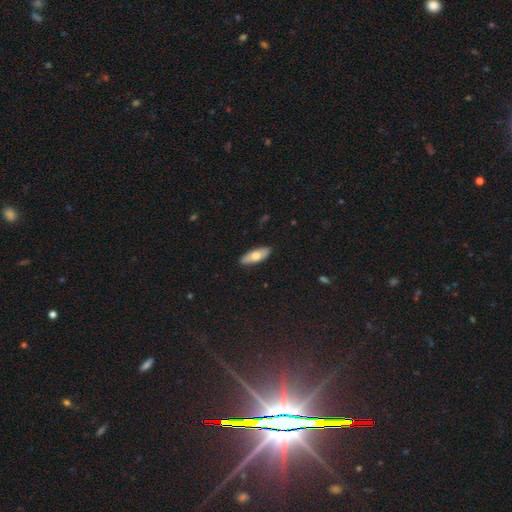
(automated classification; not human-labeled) smooth-or-featured: smooth: 70% | featured or disk: 25% | star or artifact: 6%
  how-rounded: in between: 69% | cigar-shaped: 29% | round: 2%
  merging: none: 89% | minor disturbance: 9% | major disturbance: 2% | merger: 1%